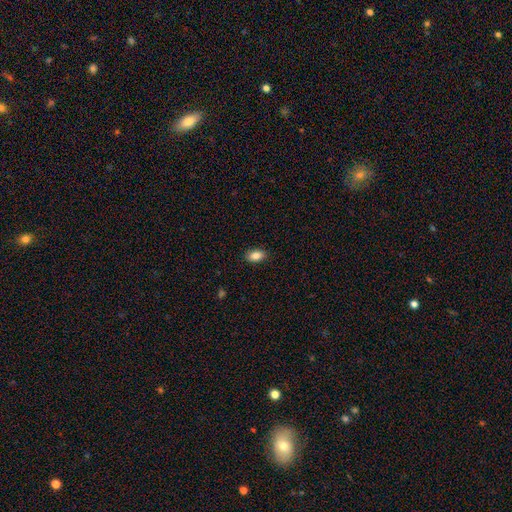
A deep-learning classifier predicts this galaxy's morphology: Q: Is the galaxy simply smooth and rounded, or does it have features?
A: smooth — 85%.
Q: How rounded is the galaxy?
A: in between — 91%.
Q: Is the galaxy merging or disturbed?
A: none — 89%.